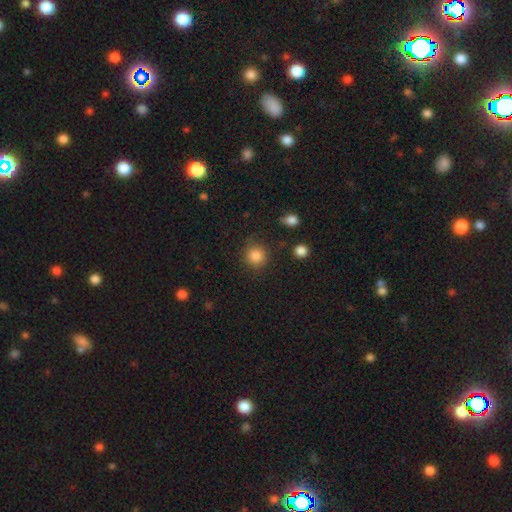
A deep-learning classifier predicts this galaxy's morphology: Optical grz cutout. It shows a smooth galaxy with no disk features (86%) that is round (91%). Merging: none (84%).